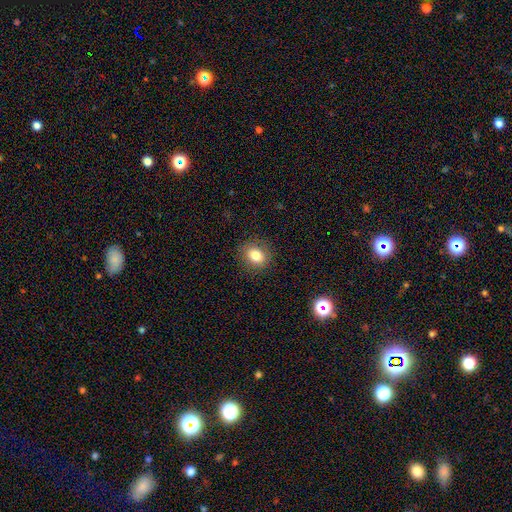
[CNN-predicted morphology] A smooth galaxy with no disk features (80%) that is round (58%).

Vote fractions:
- Smooth or featured? smooth: 80% / star or artifact: 11% / featured or disk: 9%
- How rounded? round: 58% / in between: 41% / cigar-shaped: 1%
- Merging? none: 87% / minor disturbance: 9% / major disturbance: 3% / merger: 1%